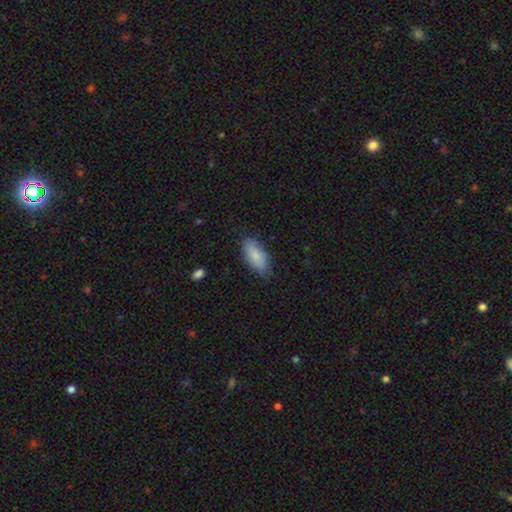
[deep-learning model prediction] Q: Smooth or featured?
A: smooth (84%); runner-up: featured or disk (10%)
Q: How rounded?
A: in between (85%); runner-up: cigar-shaped (13%)
Q: Merging?
A: none (79%); runner-up: minor disturbance (17%)